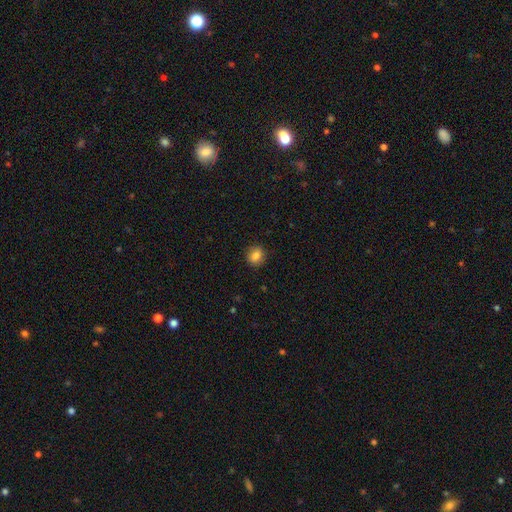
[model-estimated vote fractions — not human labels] Overall: smooth (83%). How rounded: round (69%; in between 30%). Merging: none (88%).